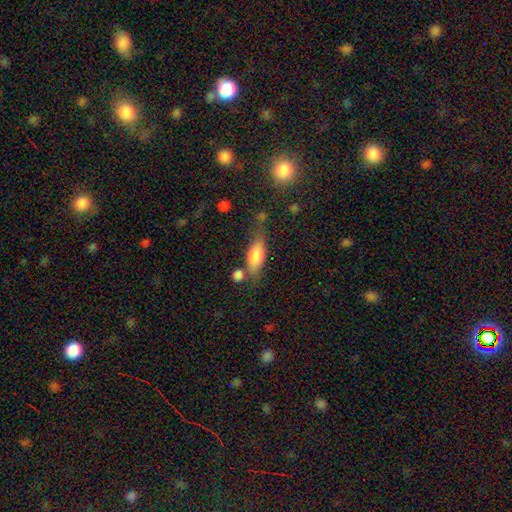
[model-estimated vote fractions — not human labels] The model was most divided on "merging": none: 55%, minor disturbance: 21%, merger: 15%, major disturbance: 8%. More confident: smooth or featured — smooth (74%); how rounded — in between (70%).